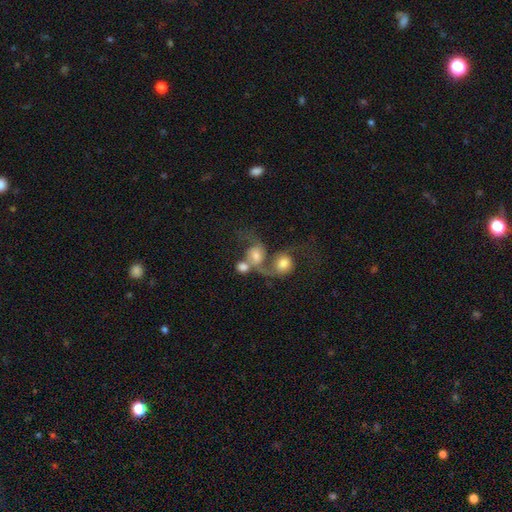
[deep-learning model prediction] The model was most divided on "smooth or featured": featured or disk: 52%, smooth: 38%, star or artifact: 11%. More confident: edge-on disk — no (96%); merging — merger (69%).